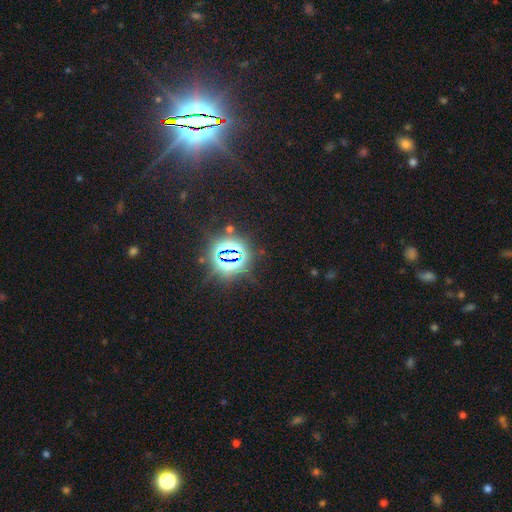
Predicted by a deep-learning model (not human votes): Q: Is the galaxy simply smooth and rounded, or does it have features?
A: star or artifact — 84%.